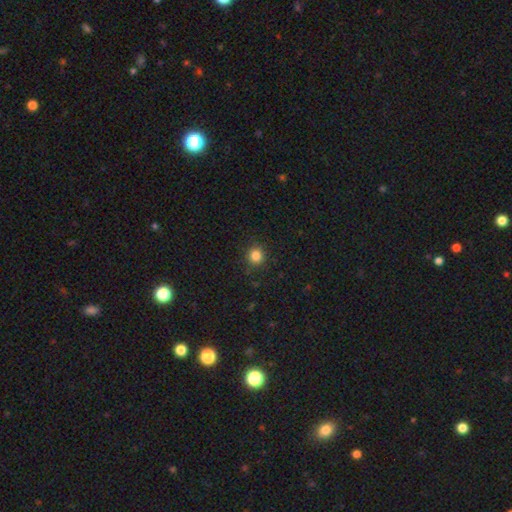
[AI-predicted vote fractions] smooth_or_featured: smooth (p=0.84) [alt: star or artifact p=0.12]
how_rounded: round (p=0.91) [alt: in between p=0.08]
merging: none (p=0.90) [alt: minor disturbance p=0.07]